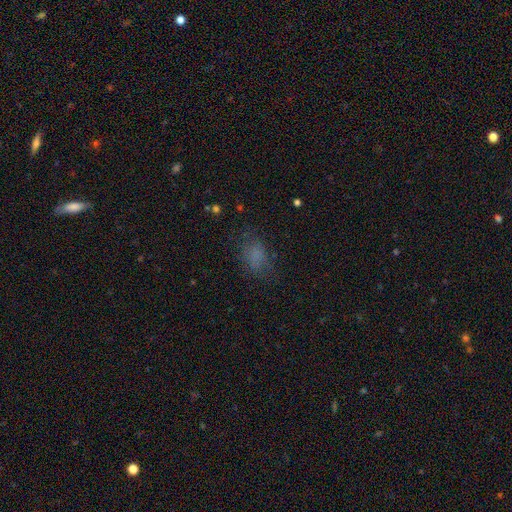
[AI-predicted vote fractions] Smooth or featured?
  - smooth: 73% *
  - star or artifact: 17%
  - featured or disk: 10%
How rounded?
  - in between: 76% *
  - round: 21%
  - cigar-shaped: 2%
Merging?
  - none: 66% *
  - minor disturbance: 20%
  - major disturbance: 13%
  - merger: 1%